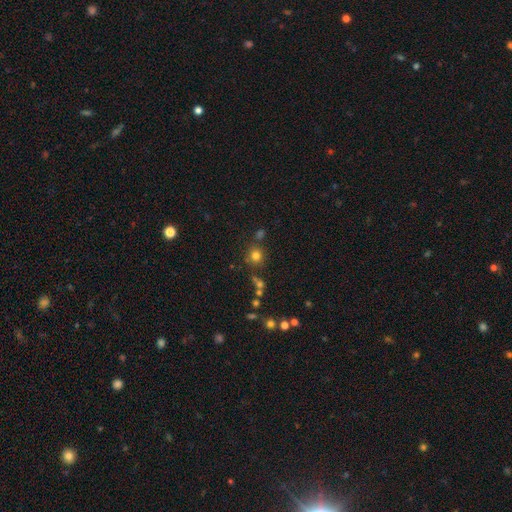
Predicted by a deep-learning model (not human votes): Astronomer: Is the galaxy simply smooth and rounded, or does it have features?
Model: smooth — 75%.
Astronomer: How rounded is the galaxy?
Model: round — 89%.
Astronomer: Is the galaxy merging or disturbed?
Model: none — 77%.